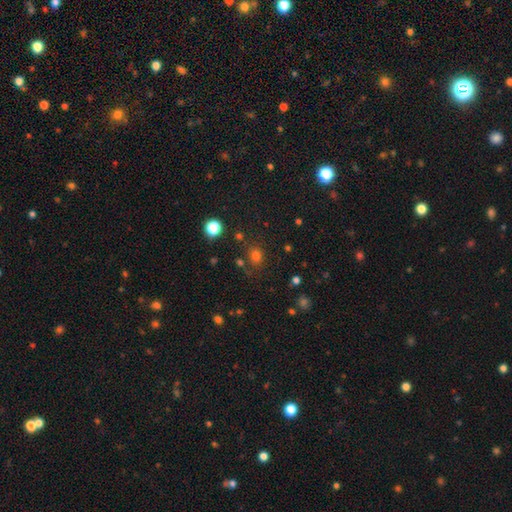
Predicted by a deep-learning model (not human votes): Q: Smooth or featured?
A: smooth (70%); runner-up: star or artifact (24%)
Q: How rounded?
A: round (69%); runner-up: in between (30%)
Q: Merging?
A: none (76%); runner-up: minor disturbance (13%)